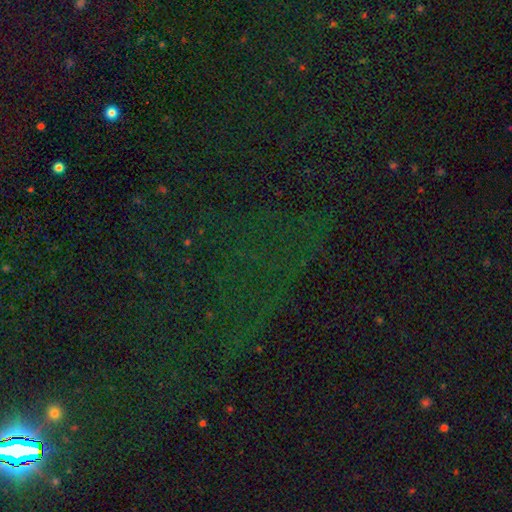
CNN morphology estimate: Smooth or featured?
  - star or artifact: 78% *
  - smooth: 14%
  - featured or disk: 9%